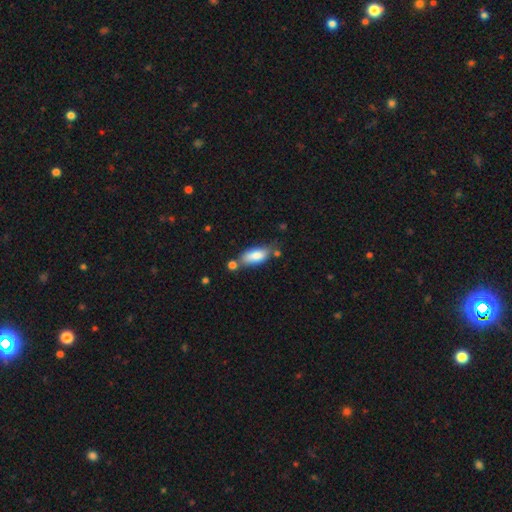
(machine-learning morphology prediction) This is clearly a smooth galaxy (82%). How rounded: clearly in between (82%). Merging: possibly none (56%).